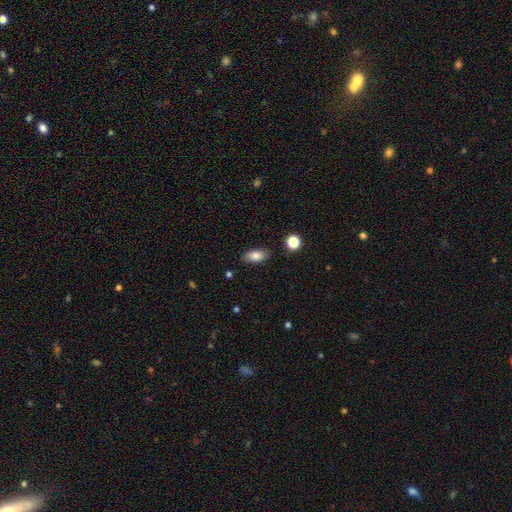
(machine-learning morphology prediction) Overall: smooth (84%). How rounded: in between (88%). Merging: none (84%).